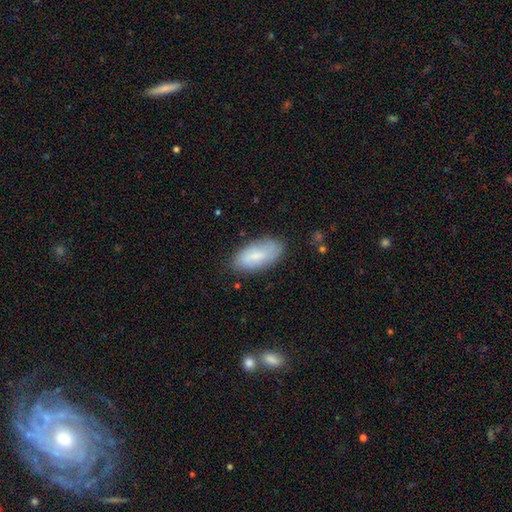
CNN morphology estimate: This is likely a smooth galaxy (77%). How rounded: clearly in between (91%). Merging: likely none (75%).